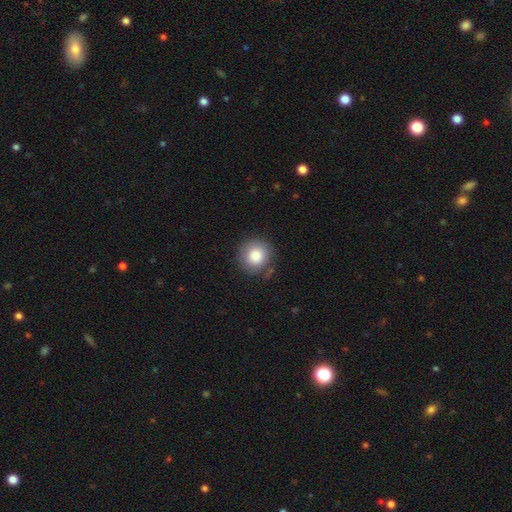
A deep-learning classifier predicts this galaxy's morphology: A smooth galaxy with no disk features (85%) that is round (91%).

Vote fractions:
- Smooth or featured? smooth: 85% / star or artifact: 8% / featured or disk: 7%
- How rounded? round: 91% / in between: 8% / cigar-shaped: 1%
- Merging? none: 83% / minor disturbance: 11% / major disturbance: 3% / merger: 2%